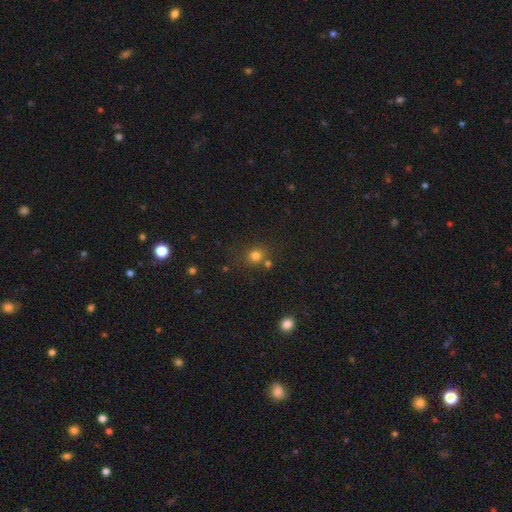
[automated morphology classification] smooth-or-featured: smooth: 77% | star or artifact: 16% | featured or disk: 7%
  how-rounded: round: 82% | in between: 17% | cigar-shaped: 1%
  merging: none: 69% | merger: 16% | minor disturbance: 11% | major disturbance: 4%